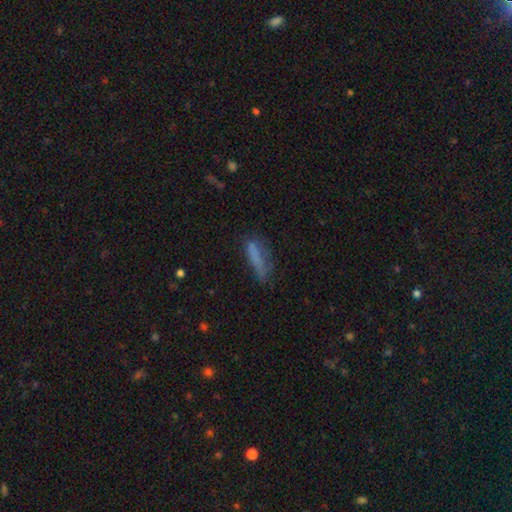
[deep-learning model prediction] Smooth or featured?
  - smooth: 73% *
  - featured or disk: 16%
  - star or artifact: 11%
How rounded?
  - cigar-shaped: 75% *
  - in between: 23%
  - round: 2%
Merging?
  - none: 56% *
  - minor disturbance: 26%
  - major disturbance: 15%
  - merger: 3%